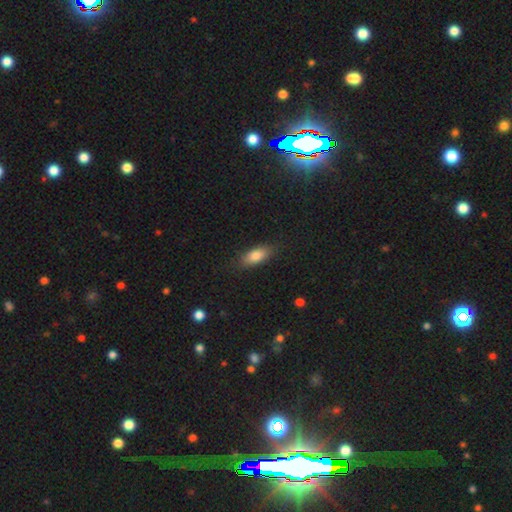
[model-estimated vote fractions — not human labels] smooth 80%, featured or disk 12%, star or artifact 8%. Down the decision tree: how rounded — in between (82%); merging — none (83%).